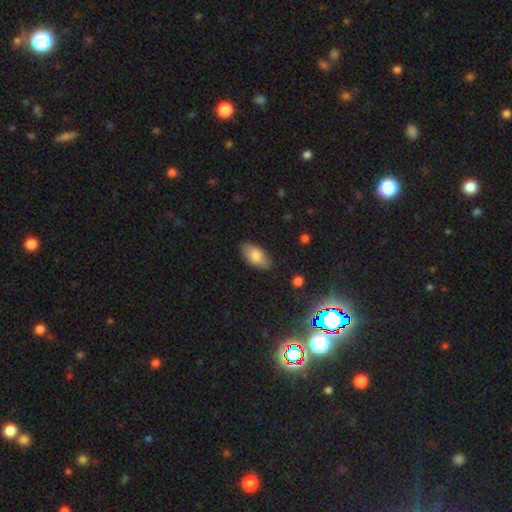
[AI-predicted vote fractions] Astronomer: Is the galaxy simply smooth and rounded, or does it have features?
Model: smooth — 78%.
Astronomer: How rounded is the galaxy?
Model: in between — 94%.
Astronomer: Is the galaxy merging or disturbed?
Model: none — 84%.